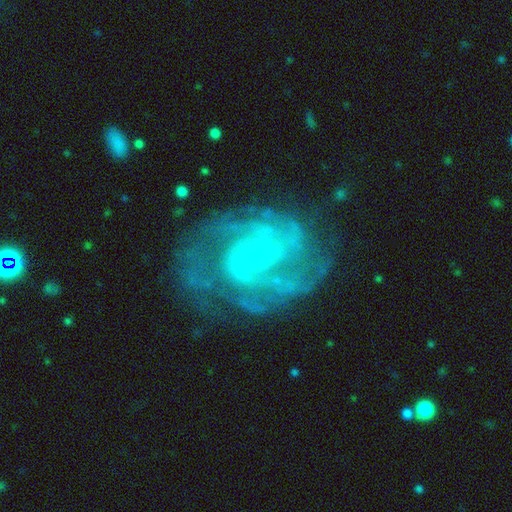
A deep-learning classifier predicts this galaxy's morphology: type=featured or disk (88%); edge-on=no (98%); bar=no (64%); spiral arms=yes (96%); winding=tight (53%); arm count=2 (29%); bulge=small (85%); merging=none (68%).